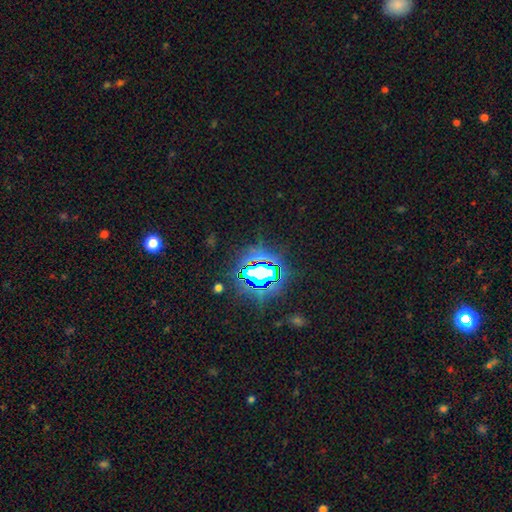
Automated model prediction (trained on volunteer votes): Smooth or featured? star or artifact (83%)